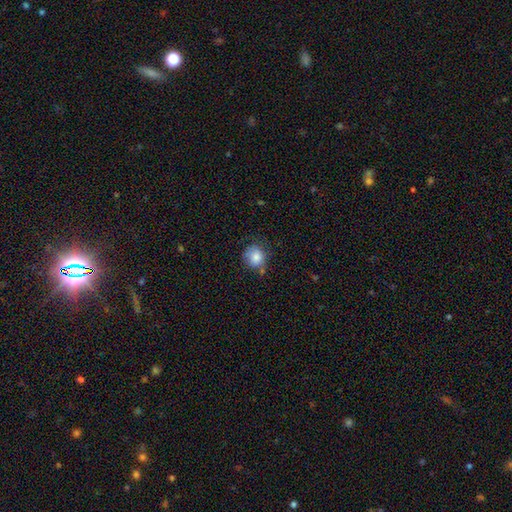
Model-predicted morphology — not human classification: Smooth or featured? smooth (83%)
How rounded? round (81%)
Merging? none (65%)